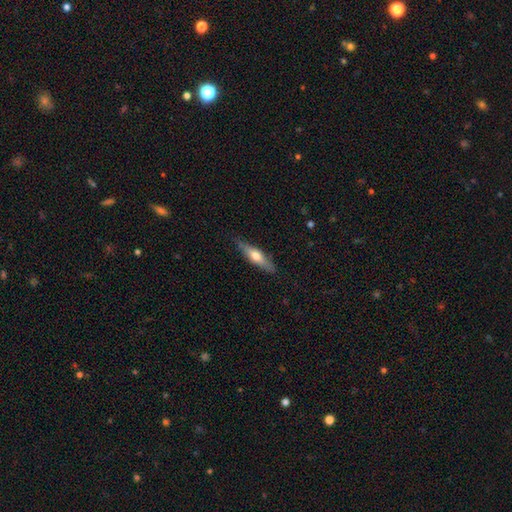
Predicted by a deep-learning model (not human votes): smooth-or-featured: featured or disk: 48% | smooth: 46% | star or artifact: 6%
  merging: none: 84% | minor disturbance: 12% | major disturbance: 2% | merger: 1%